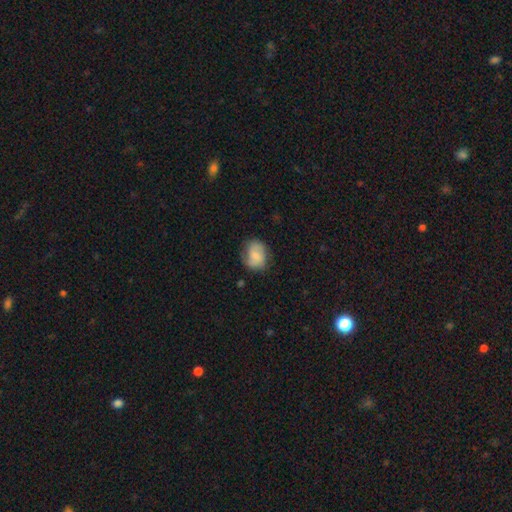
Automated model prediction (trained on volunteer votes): Overall: smooth (62%; featured or disk 30%). How rounded: round (53%; in between 46%). Merging: none (67%).